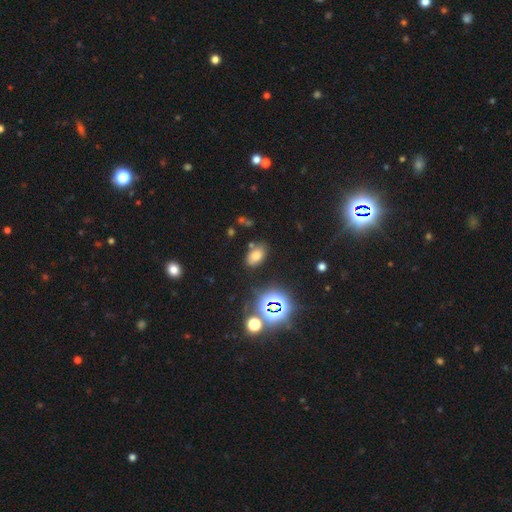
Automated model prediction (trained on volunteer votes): This is likely a smooth galaxy (67%). How rounded: clearly in between (88%). Merging: likely none (80%).